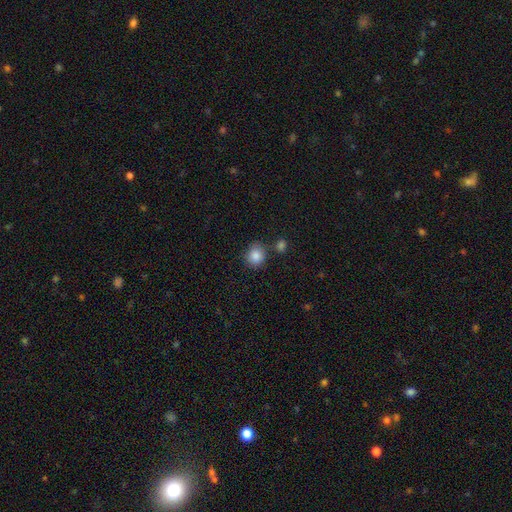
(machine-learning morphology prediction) type=smooth (86%); roundness=round (79%); merging=none (73%).